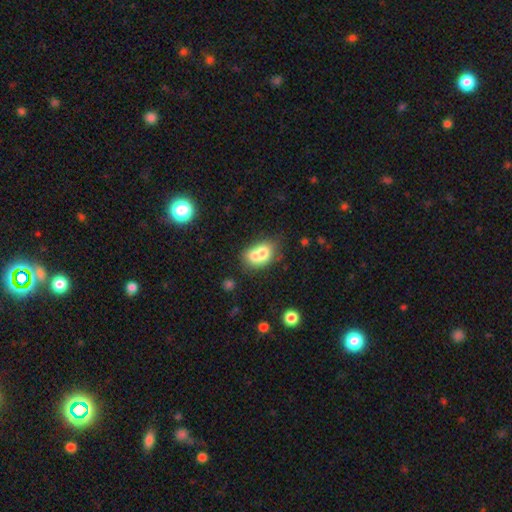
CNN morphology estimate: Smooth or featured? smooth (70%)
How rounded? in between (67%)
Merging? merger (58%)